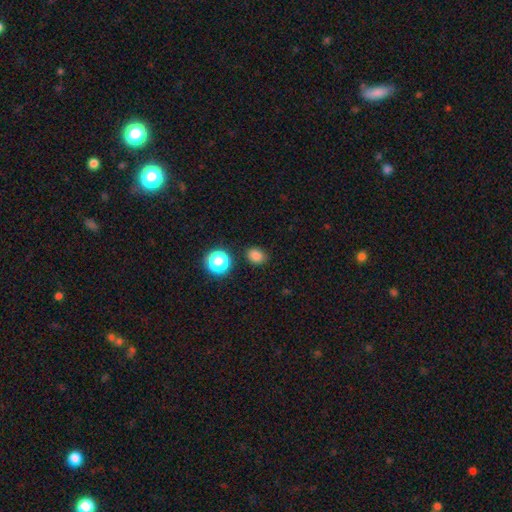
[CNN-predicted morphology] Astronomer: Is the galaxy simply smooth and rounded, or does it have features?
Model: smooth — 80%.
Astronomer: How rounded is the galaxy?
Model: round — 54% (runner-up: in between, 45%).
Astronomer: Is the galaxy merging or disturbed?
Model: none — 85%.